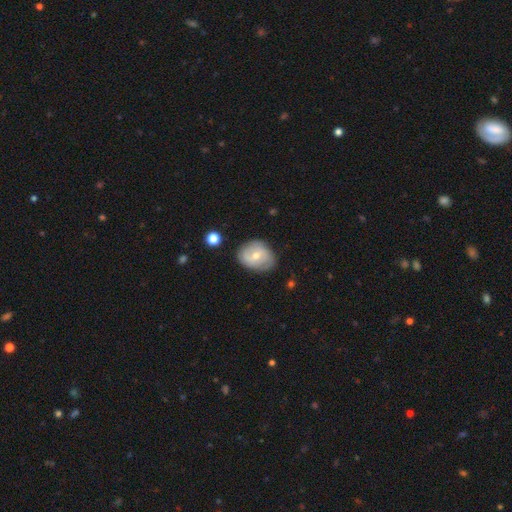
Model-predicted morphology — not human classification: A featured or disk galaxy (52%) with no bar (49%), spiral arms (70%) and a moderate central bulge (54%).

Vote fractions:
- Smooth or featured? featured or disk: 52% / smooth: 41% / star or artifact: 7%
- Edge-on disk? no: 96% / yes: 4%
- Bar? no: 49% / weak: 42% / strong: 8%
- Spiral arms? yes: 70% / no: 30%
- Bulge size? moderate: 54% / small: 43% / large: 1% / none: 1% / dominant: 1%
- Merging? none: 74% / minor disturbance: 20% / major disturbance: 5% / merger: 2%